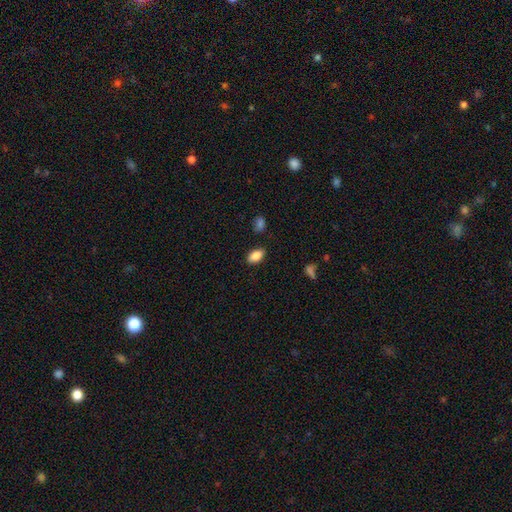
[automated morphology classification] type=smooth (87%); roundness=in between (92%); merging=none (85%).